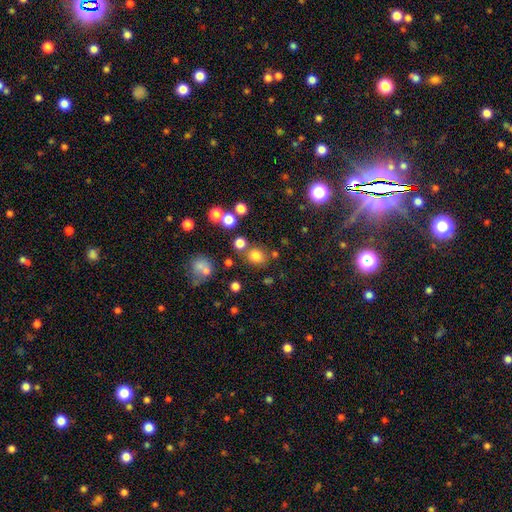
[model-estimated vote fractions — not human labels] Q: Smooth or featured?
A: smooth (77%); runner-up: star or artifact (17%)
Q: How rounded?
A: round (81%); runner-up: in between (18%)
Q: Merging?
A: none (76%); runner-up: minor disturbance (10%)